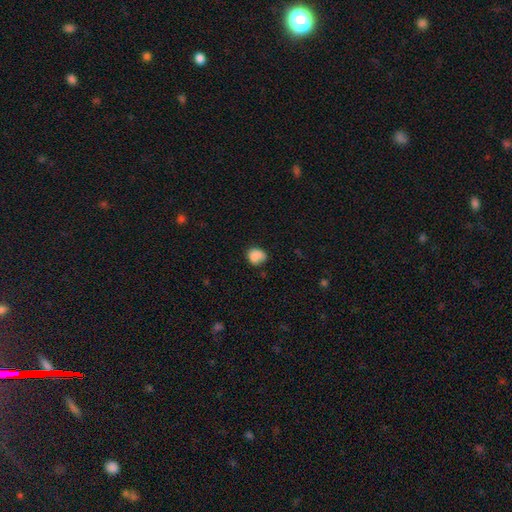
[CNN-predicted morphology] This is likely a smooth galaxy (74%). How rounded: possibly round (55%). Merging: possibly none (48%).